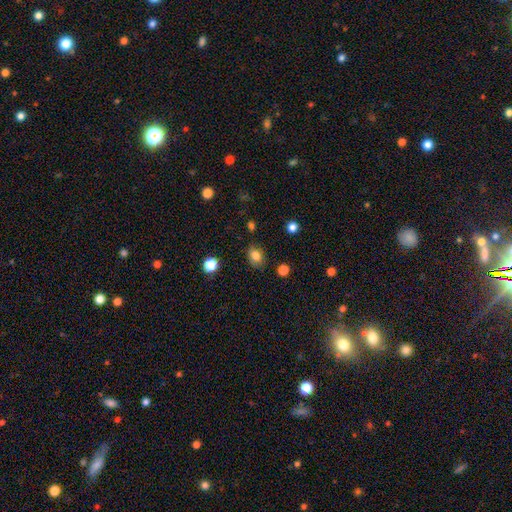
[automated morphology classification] Overall: smooth (81%). How rounded: in between (66%; round 33%). Merging: none (81%).